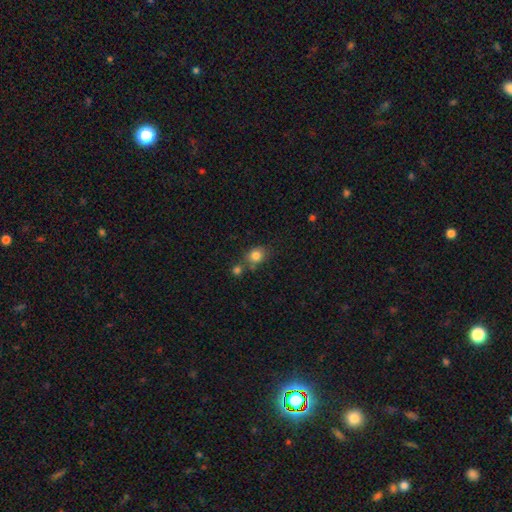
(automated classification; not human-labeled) smooth_or_featured: smooth (p=0.82) [alt: star or artifact p=0.11]
how_rounded: round (p=0.66) [alt: in between p=0.33]
merging: none (p=0.59) [alt: merger p=0.21]